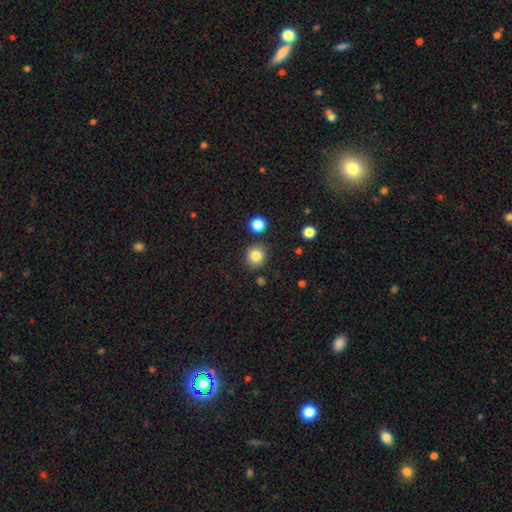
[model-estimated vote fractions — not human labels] This is clearly a smooth galaxy (84%). How rounded: clearly round (85%). Merging: clearly none (84%).